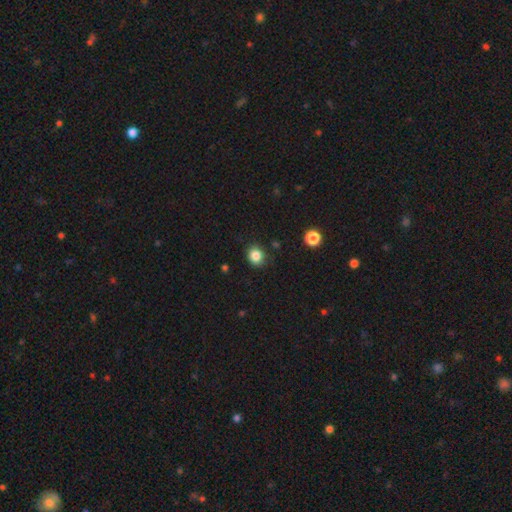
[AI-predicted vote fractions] smooth 85%, star or artifact 11%, featured or disk 4%. Down the decision tree: how rounded — round (74%); merging — none (85%).